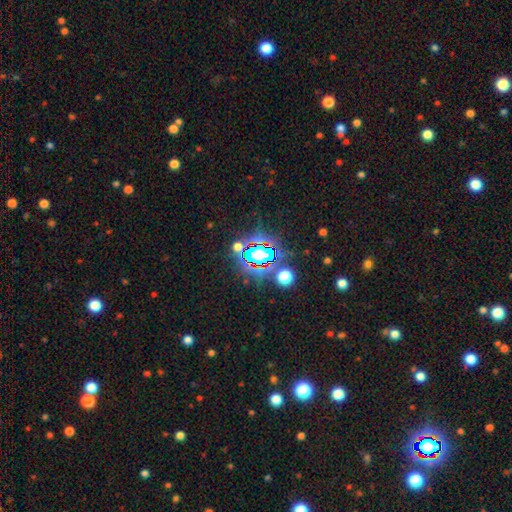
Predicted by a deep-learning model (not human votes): Smooth or featured? star or artifact (80%)